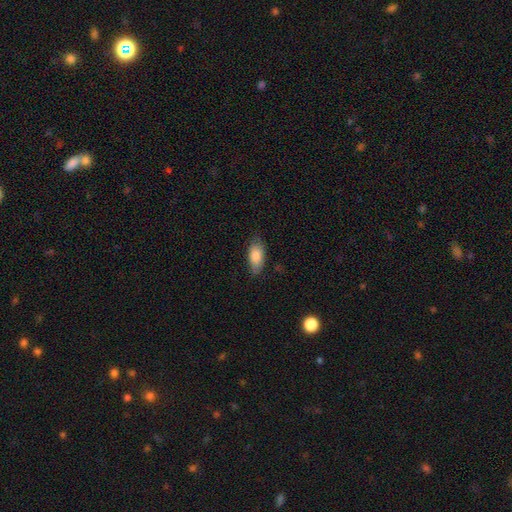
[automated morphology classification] smooth_or_featured: smooth (p=0.84) [alt: featured or disk p=0.10]
how_rounded: in between (p=0.88) [alt: cigar-shaped p=0.09]
merging: none (p=0.75) [alt: minor disturbance p=0.20]